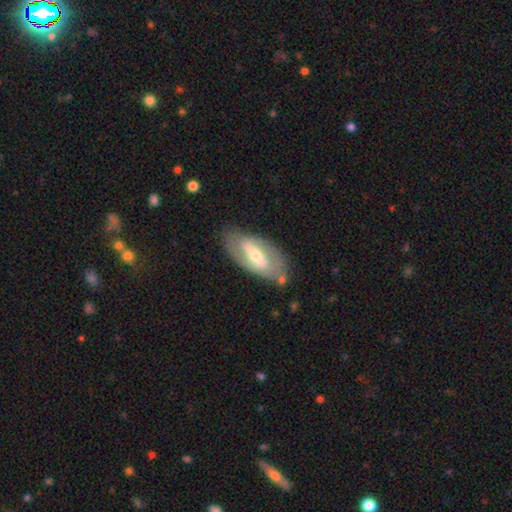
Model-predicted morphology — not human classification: Smooth or featured: featured or disk — 70% (smooth — 24%)
Edge-on disk: no — 90% (yes — 10%)
Bar: strong — 48% (weak — 35%)
Spiral arms: yes — 69% (no — 31%)
Bulge size: moderate — 51% (small — 43%)
Merging: none — 76% (minor disturbance — 16%)